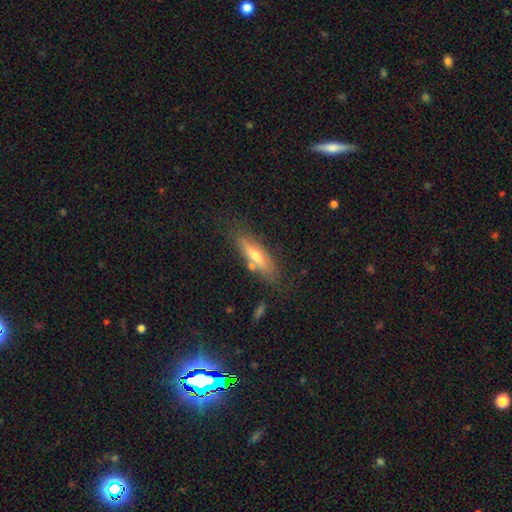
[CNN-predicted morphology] featured or disk 49%, smooth 44%, star or artifact 7%. Down the decision tree: merging — none (76%).